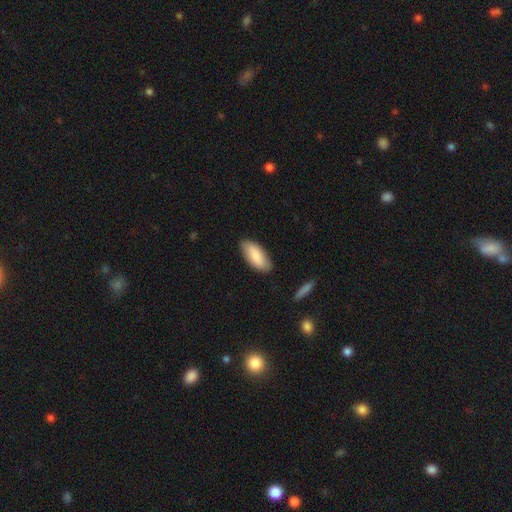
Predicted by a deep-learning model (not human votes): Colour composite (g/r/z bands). It shows a smooth galaxy with no disk features (85%) that is in between round and cigar-shaped (85%). Merging: none (83%).